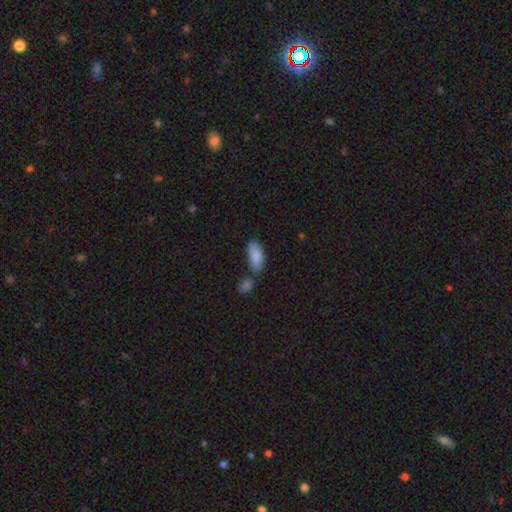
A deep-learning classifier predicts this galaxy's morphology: smooth 86%, featured or disk 7%, star or artifact 7%. Down the decision tree: how rounded — in between (88%); merging — none (50%).